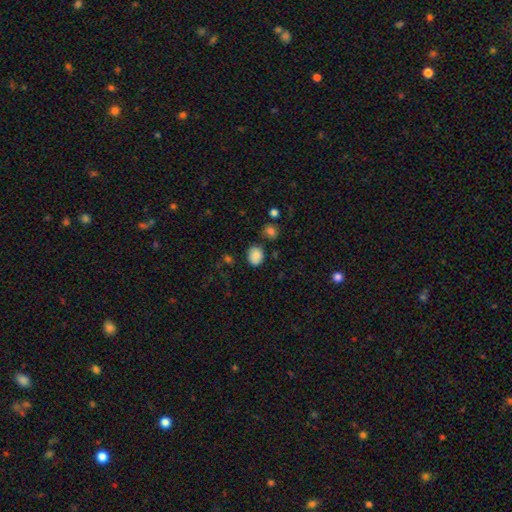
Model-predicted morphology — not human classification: smooth_or_featured: smooth (p=0.85) [alt: star or artifact p=0.10]
how_rounded: round (p=0.56) [alt: in between p=0.43]
merging: none (p=0.76) [alt: minor disturbance p=0.16]